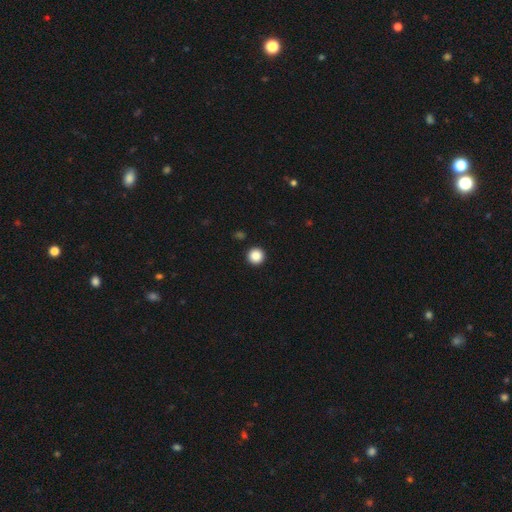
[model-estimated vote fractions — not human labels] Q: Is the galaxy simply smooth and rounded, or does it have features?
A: smooth — 87%.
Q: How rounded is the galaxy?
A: round — 97%.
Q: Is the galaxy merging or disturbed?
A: none — 94%.